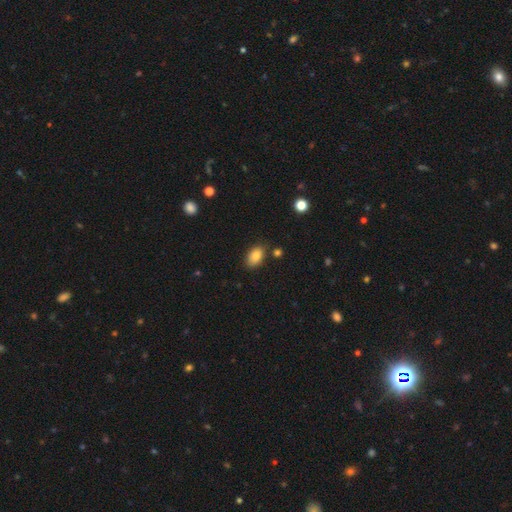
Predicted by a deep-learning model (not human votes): smooth 85%, star or artifact 8%, featured or disk 7%. Down the decision tree: how rounded — in between (90%); merging — none (79%).